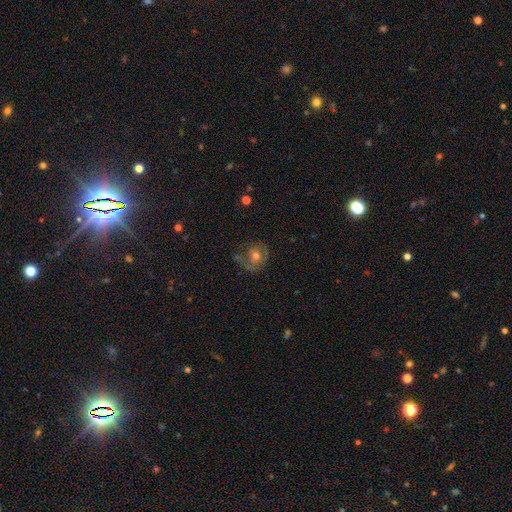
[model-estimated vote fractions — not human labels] Smooth or featured? Predicted: smooth (p=0.46). Merging? Predicted: none (p=0.52).